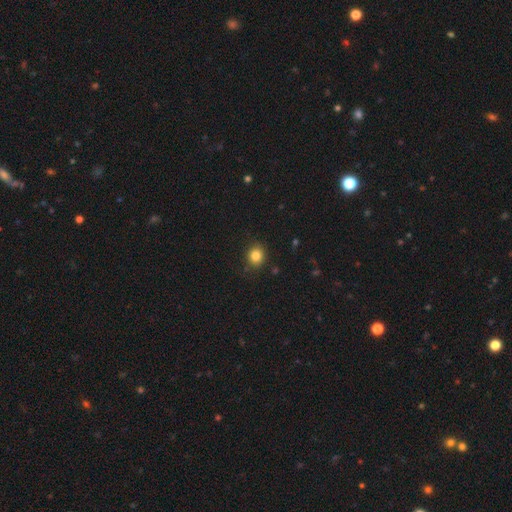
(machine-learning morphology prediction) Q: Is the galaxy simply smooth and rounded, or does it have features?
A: smooth — 83%.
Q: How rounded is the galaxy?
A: round — 76%.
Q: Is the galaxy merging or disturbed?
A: none — 86%.